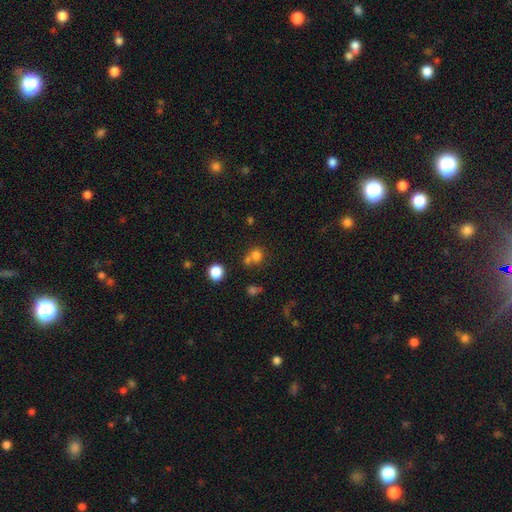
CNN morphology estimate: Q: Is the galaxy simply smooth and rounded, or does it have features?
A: smooth — 75%.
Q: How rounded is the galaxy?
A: round — 82%.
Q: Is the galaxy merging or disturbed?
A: none — 51%.